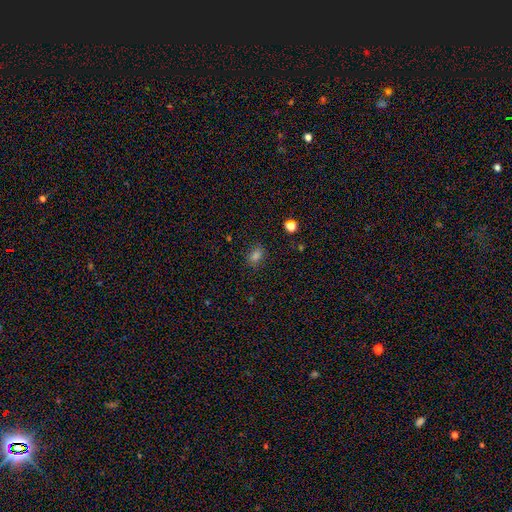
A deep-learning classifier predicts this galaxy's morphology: A smooth galaxy with no disk features (74%) that is in between round and cigar-shaped (68%).

Vote fractions:
- Smooth or featured? smooth: 74% / star or artifact: 20% / featured or disk: 6%
- How rounded? in between: 68% / round: 30% / cigar-shaped: 2%
- Merging? none: 82% / minor disturbance: 12% / major disturbance: 3% / merger: 2%